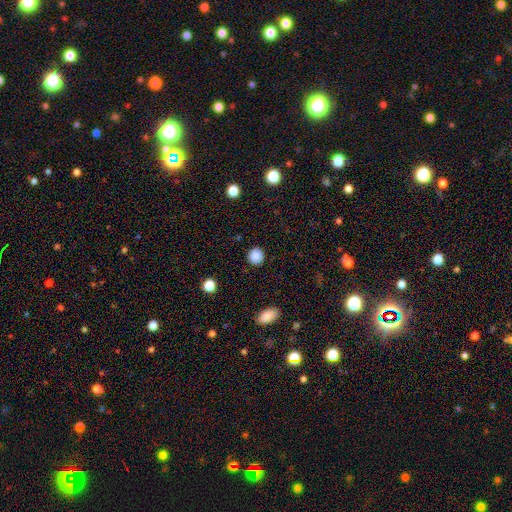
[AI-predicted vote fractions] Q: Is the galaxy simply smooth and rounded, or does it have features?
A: smooth — 87%.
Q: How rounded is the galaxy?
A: round — 90%.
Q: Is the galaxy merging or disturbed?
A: none — 91%.